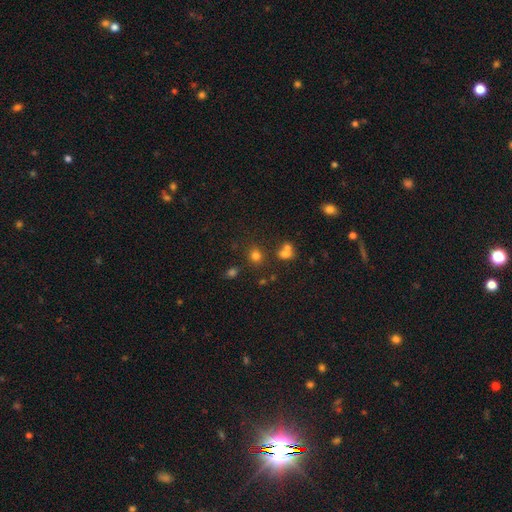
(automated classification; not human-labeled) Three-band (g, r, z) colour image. It shows a smooth galaxy with no disk features (74%) that is round (82%). Merging: none (72%).